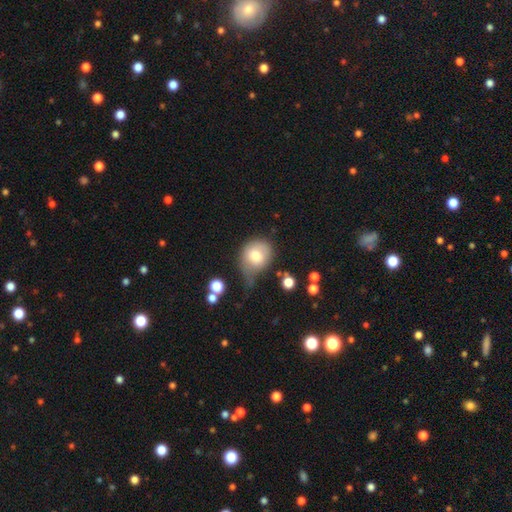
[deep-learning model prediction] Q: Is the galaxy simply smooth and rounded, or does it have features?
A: smooth — 74%.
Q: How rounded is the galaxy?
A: round — 69%.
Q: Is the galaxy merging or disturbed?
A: minor disturbance — 36%.